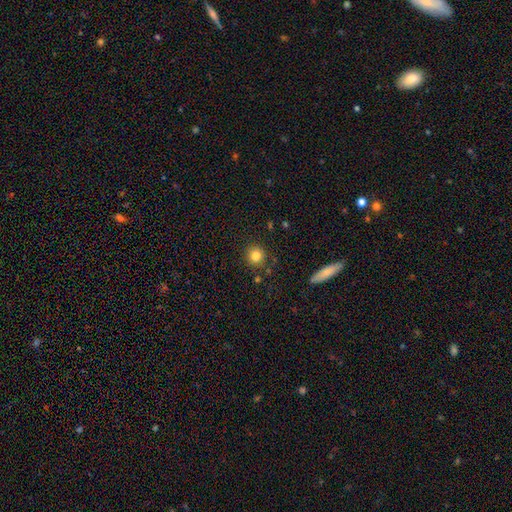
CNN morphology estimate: Smooth or featured: smooth — 83% (star or artifact — 11%)
How rounded: round — 92% (in between — 7%)
Merging: none — 87% (minor disturbance — 7%)